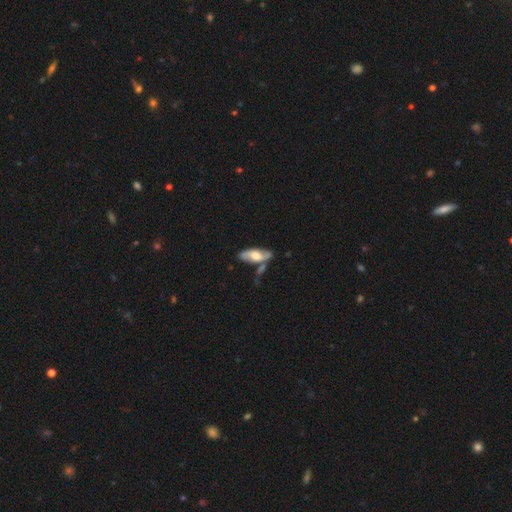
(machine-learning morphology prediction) This is possibly a featured or disk galaxy (50%). Merging: possibly none (54%).